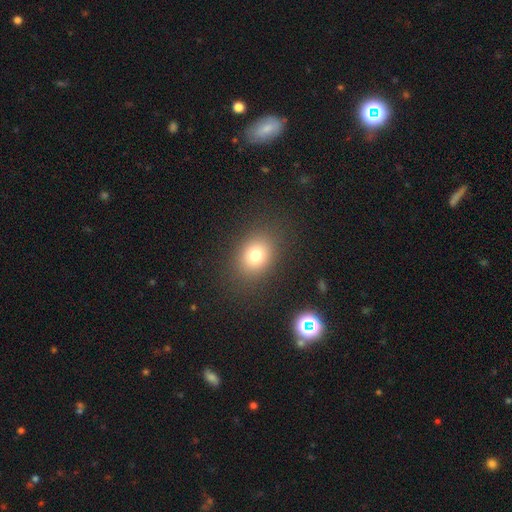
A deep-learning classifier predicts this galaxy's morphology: smooth_or_featured: smooth (p=0.76) [alt: star or artifact p=0.14]
how_rounded: in between (p=0.55) [alt: round p=0.44]
merging: none (p=0.85) [alt: minor disturbance p=0.09]